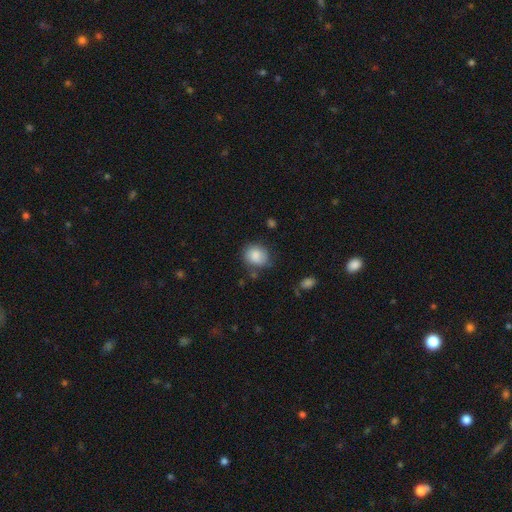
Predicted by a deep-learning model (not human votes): Morphology: type=smooth (85%); roundness=round (71%); merging=none (72%).